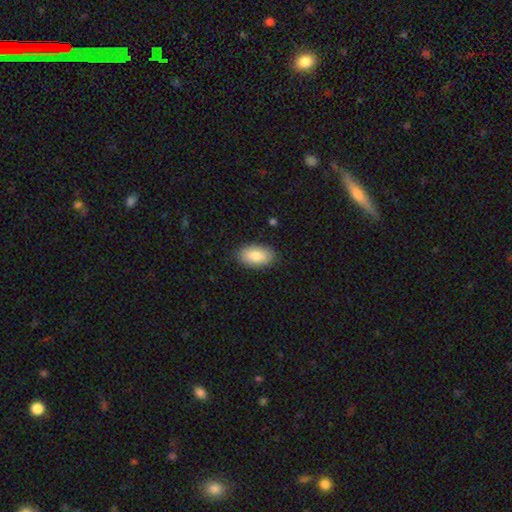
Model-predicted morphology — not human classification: This is clearly a smooth galaxy (83%). How rounded: clearly in between (94%). Merging: clearly none (87%).